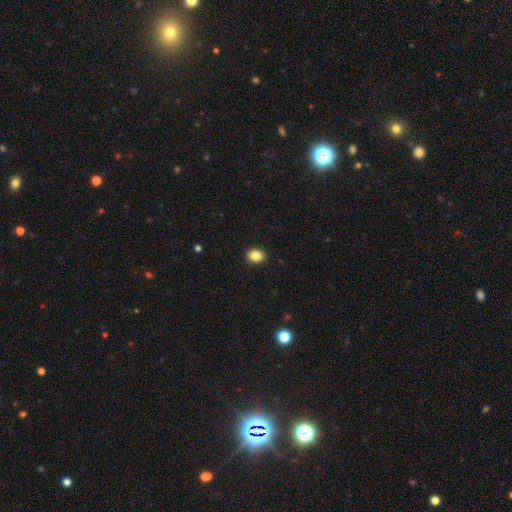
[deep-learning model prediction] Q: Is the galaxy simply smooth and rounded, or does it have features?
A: smooth — 86%.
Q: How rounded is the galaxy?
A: in between — 59%.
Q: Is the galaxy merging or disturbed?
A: none — 91%.